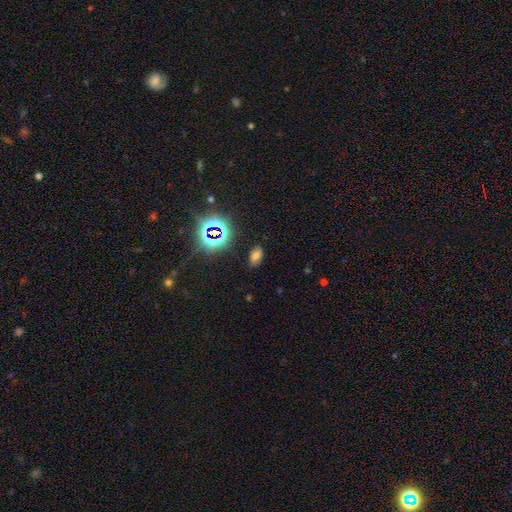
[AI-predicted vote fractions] Morphology: type=smooth (60%); roundness=in between (90%); merging=none (84%).